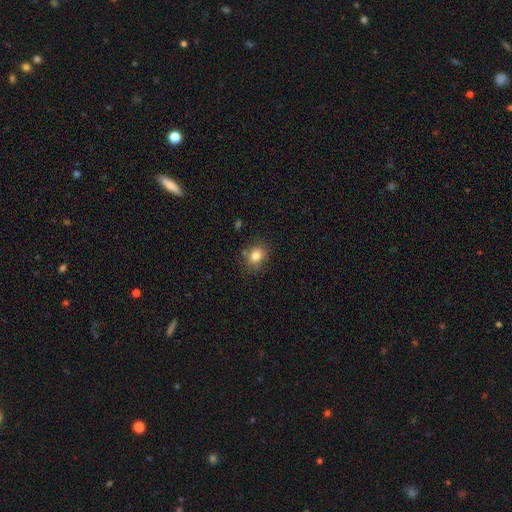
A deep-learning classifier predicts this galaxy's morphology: The model was most divided on "how rounded": round: 64%, in between: 35%, cigar-shaped: 1%. More confident: smooth or featured — smooth (82%); merging — none (76%).